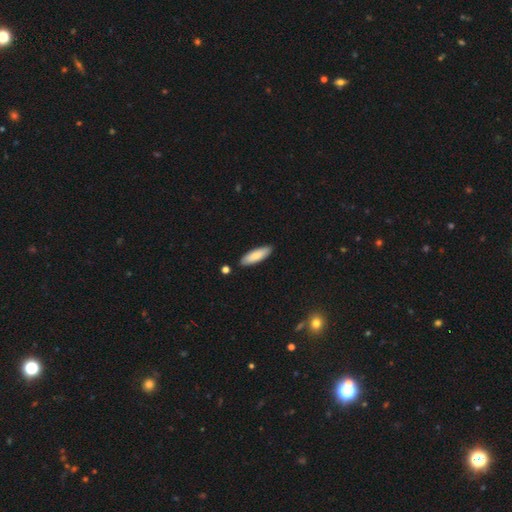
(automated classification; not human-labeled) This appears to be a smooth galaxy with no disk features (79%) that is in between round and cigar-shaped (52%). Merging: none (87%).